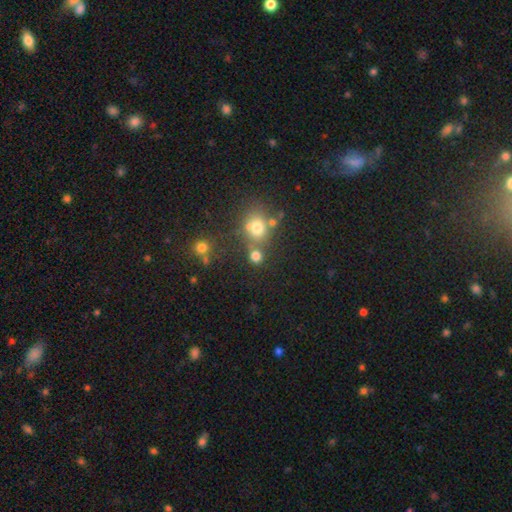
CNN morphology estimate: A smooth galaxy with no disk features (74%) that is round (83%).

Vote fractions:
- Smooth or featured? smooth: 74% / star or artifact: 18% / featured or disk: 7%
- How rounded? round: 83% / in between: 16% / cigar-shaped: 1%
- Merging? none: 64% / merger: 22% / minor disturbance: 9% / major disturbance: 5%